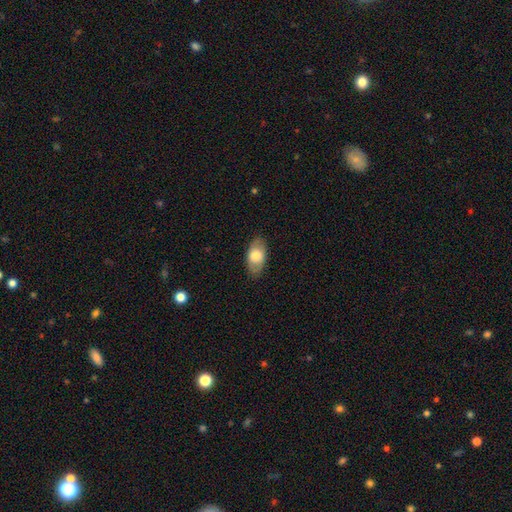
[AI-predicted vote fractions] smooth_or_featured: smooth (p=0.69) [alt: featured or disk p=0.25]
how_rounded: in between (p=0.93) [alt: round p=0.05]
merging: none (p=0.83) [alt: minor disturbance p=0.13]